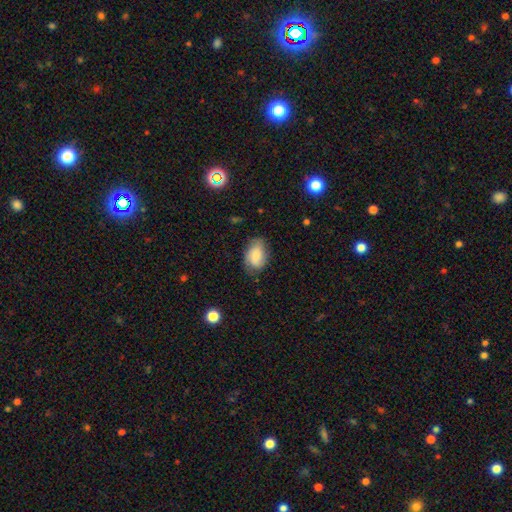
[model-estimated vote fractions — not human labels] Smooth or featured: smooth — 77% (featured or disk — 16%)
How rounded: in between — 88% (round — 11%)
Merging: none — 69% (minor disturbance — 24%)